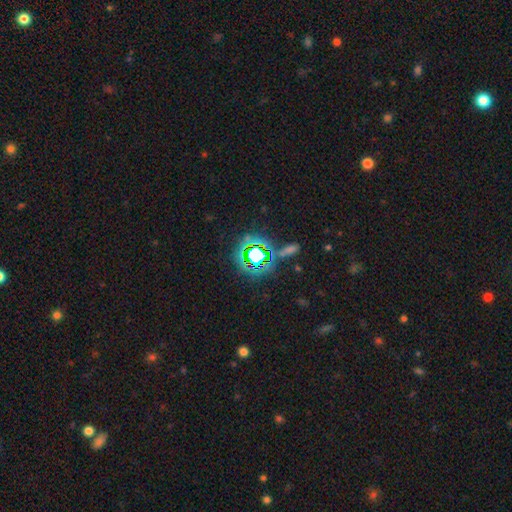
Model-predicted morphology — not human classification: Smooth or featured?
  - star or artifact: 68% *
  - smooth: 21%
  - featured or disk: 11%